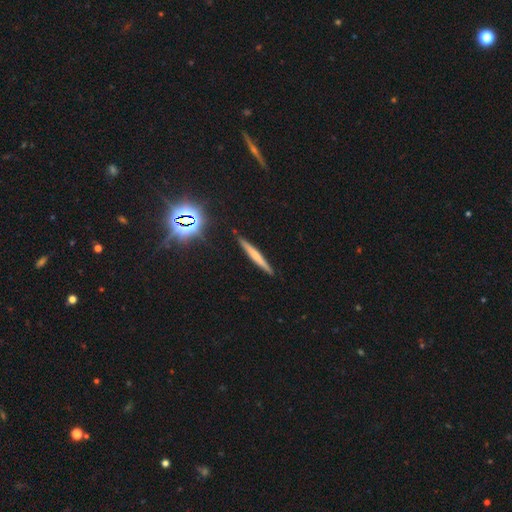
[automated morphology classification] smooth-or-featured: smooth: 49% | featured or disk: 39% | star or artifact: 12%
  merging: none: 90% | minor disturbance: 7% | major disturbance: 2% | merger: 1%